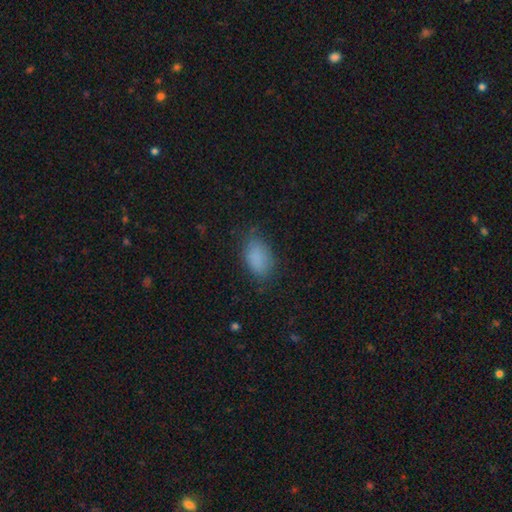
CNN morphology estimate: Q: Smooth or featured?
A: smooth (85%); runner-up: star or artifact (10%)
Q: How rounded?
A: in between (90%); runner-up: round (8%)
Q: Merging?
A: none (75%); runner-up: minor disturbance (19%)